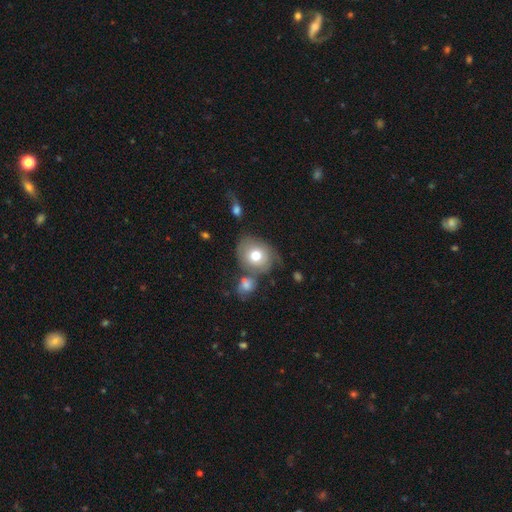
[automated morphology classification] Q: Smooth or featured?
A: smooth (68%); runner-up: featured or disk (23%)
Q: How rounded?
A: round (66%); runner-up: in between (33%)
Q: Merging?
A: none (51%); runner-up: minor disturbance (20%)